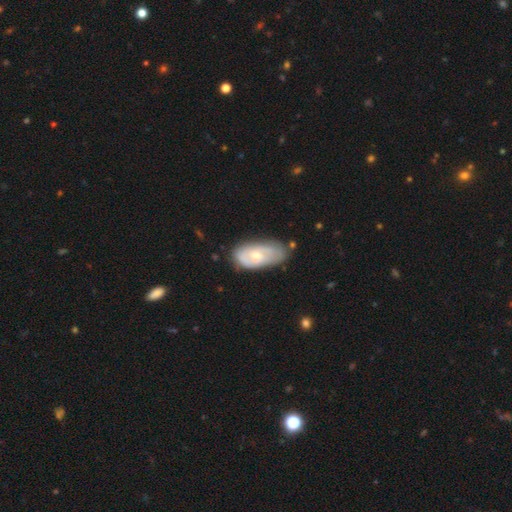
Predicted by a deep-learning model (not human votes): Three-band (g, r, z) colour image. It shows a featured or disk galaxy (48%). Merging: none (58%).